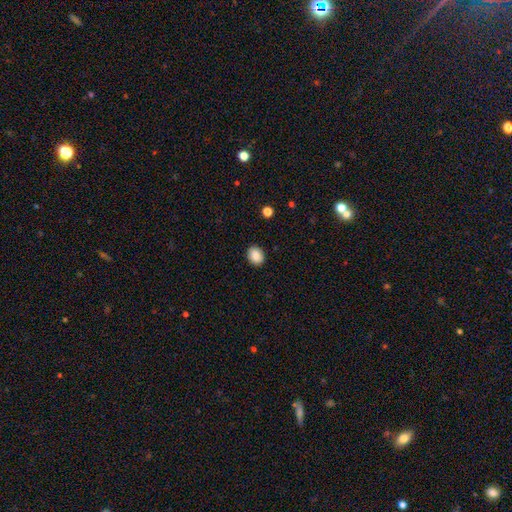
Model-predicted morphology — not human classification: Smooth or featured: smooth — 88% (star or artifact — 8%)
How rounded: in between — 53% (round — 46%)
Merging: none — 90% (minor disturbance — 7%)